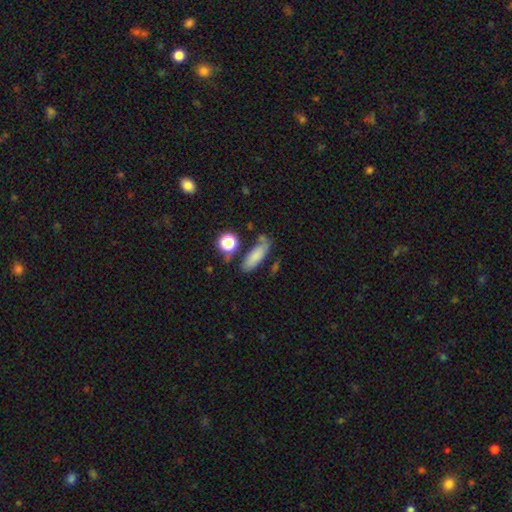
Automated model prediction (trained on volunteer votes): Overall: smooth (73%). How rounded: in between (59%; cigar-shaped 36%). Merging: none (61%; minor disturbance 22%).